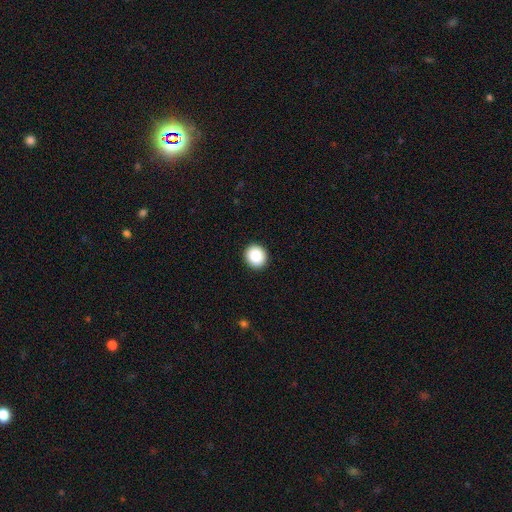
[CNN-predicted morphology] type=smooth (89%); roundness=round (83%); merging=none (92%).